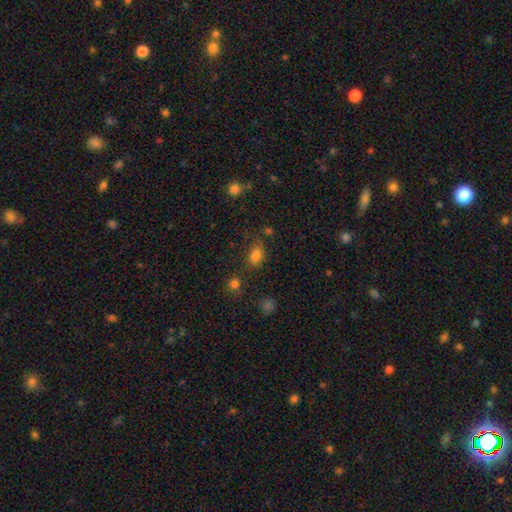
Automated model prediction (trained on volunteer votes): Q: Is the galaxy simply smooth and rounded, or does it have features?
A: smooth — 80%.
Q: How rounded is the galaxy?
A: in between — 68%.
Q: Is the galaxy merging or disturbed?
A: none — 68%.